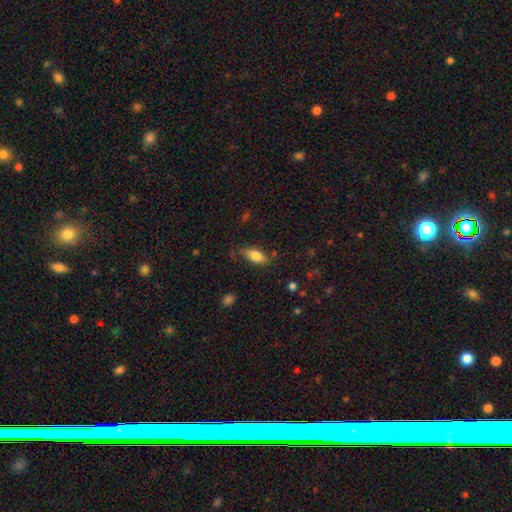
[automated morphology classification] type=smooth (76%); roundness=in between (80%); merging=none (74%).